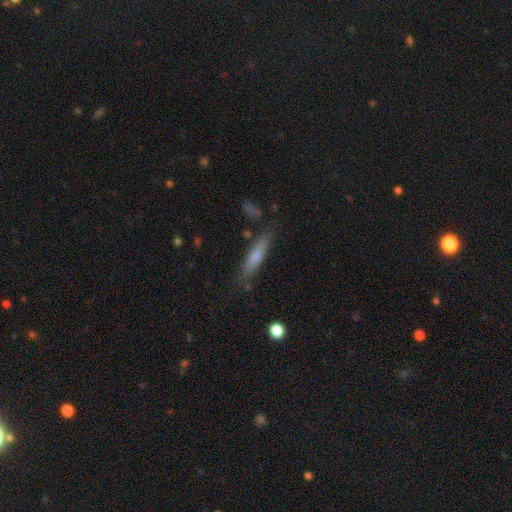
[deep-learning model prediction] Morphology: type=smooth (66%); roundness=cigar-shaped (84%); merging=none (78%).